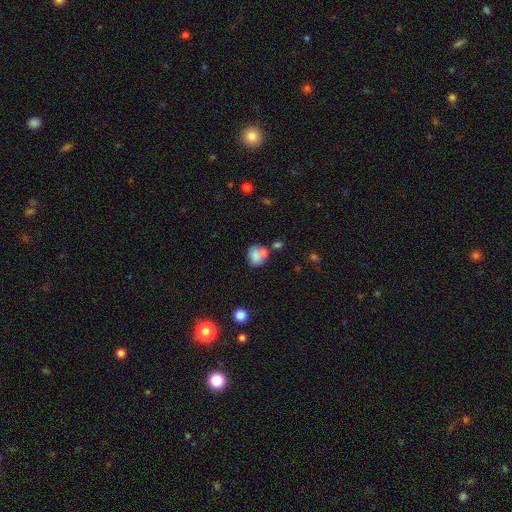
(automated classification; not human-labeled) Q: Smooth or featured?
A: smooth (75%); runner-up: featured or disk (16%)
Q: How rounded?
A: round (66%); runner-up: in between (33%)
Q: Merging?
A: none (46%); runner-up: merger (30%)